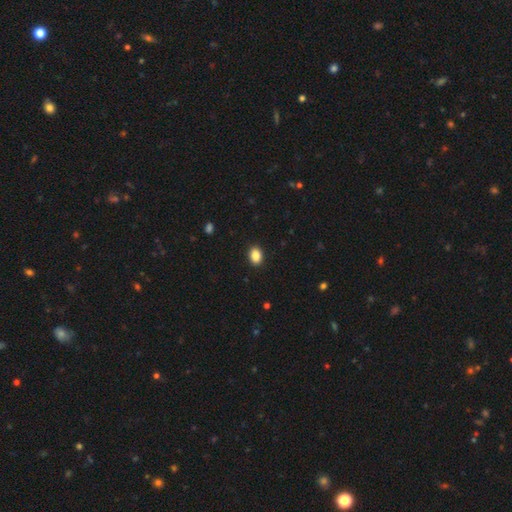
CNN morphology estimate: smooth 87%, star or artifact 9%, featured or disk 4%. Down the decision tree: how rounded — in between (75%); merging — none (91%).